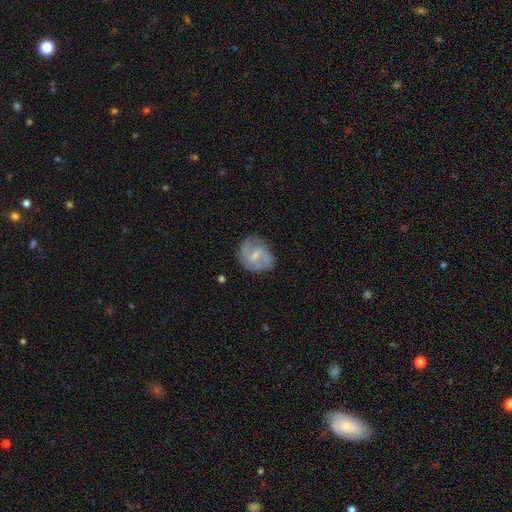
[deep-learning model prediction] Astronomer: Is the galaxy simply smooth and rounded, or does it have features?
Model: featured or disk — 68%.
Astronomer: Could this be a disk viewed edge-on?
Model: no — 98%.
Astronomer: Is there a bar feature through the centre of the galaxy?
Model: weak — 58%.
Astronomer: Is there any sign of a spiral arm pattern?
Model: yes — 85%.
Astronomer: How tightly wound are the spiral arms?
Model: medium — 45% (runner-up: loose, 35%).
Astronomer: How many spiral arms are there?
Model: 2 — 65%.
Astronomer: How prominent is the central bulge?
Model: small — 52% (runner-up: moderate, 32%).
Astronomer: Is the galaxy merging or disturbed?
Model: none — 66%.